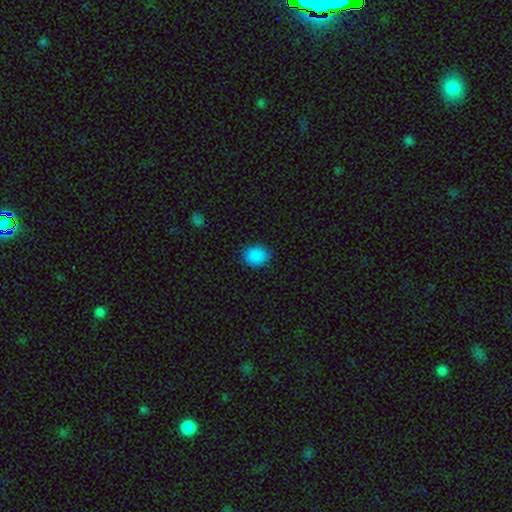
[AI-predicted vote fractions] A smooth galaxy with no disk features (89%) that is round (59%). Merging: none (87%).